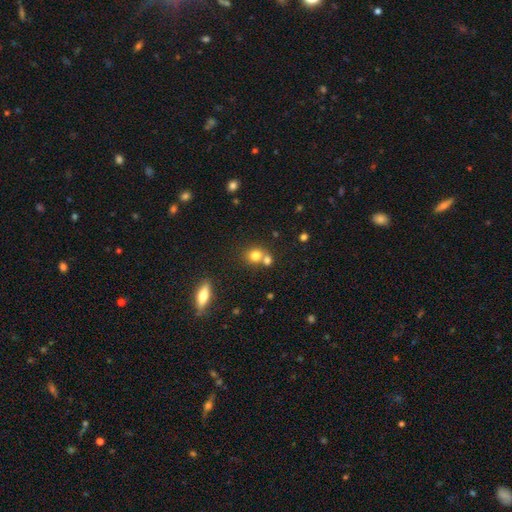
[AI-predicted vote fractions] smooth 77%, star or artifact 12%, featured or disk 10%. Down the decision tree: how rounded — round (78%); merging — none (47%).